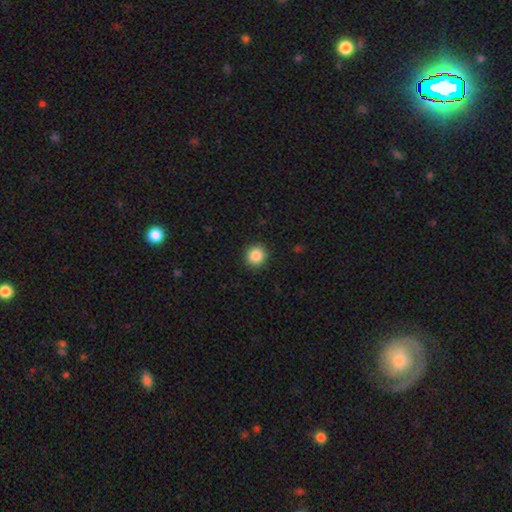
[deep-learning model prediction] Morphology: type=smooth (87%); roundness=round (92%); merging=none (92%).